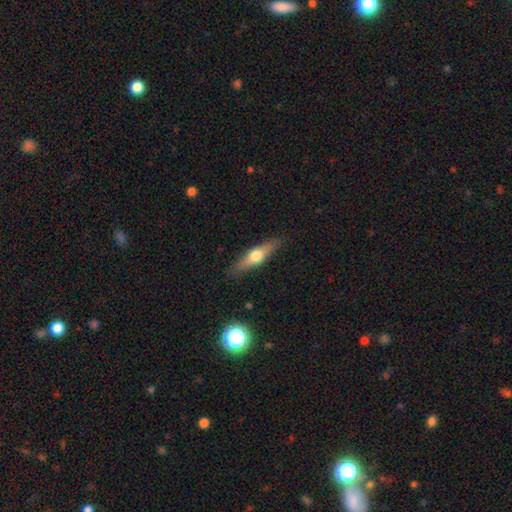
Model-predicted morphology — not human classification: Q: Smooth or featured?
A: featured or disk (52%); runner-up: smooth (42%)
Q: Edge-on disk?
A: yes (92%); runner-up: no (8%)
Q: Merging?
A: none (87%); runner-up: minor disturbance (10%)